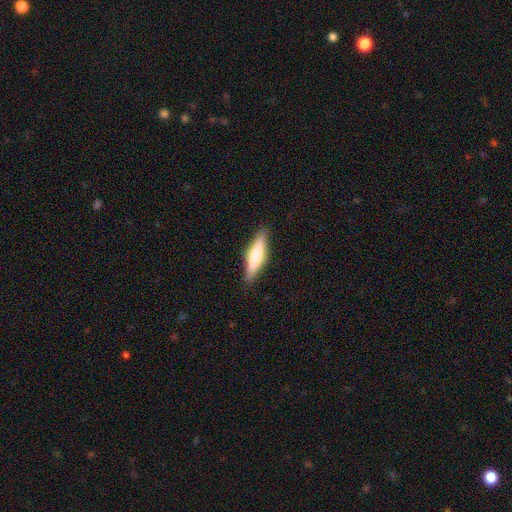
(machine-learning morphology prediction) A smooth galaxy with no disk features (55%) that is cigar-shaped (67%). Merging: none (87%).